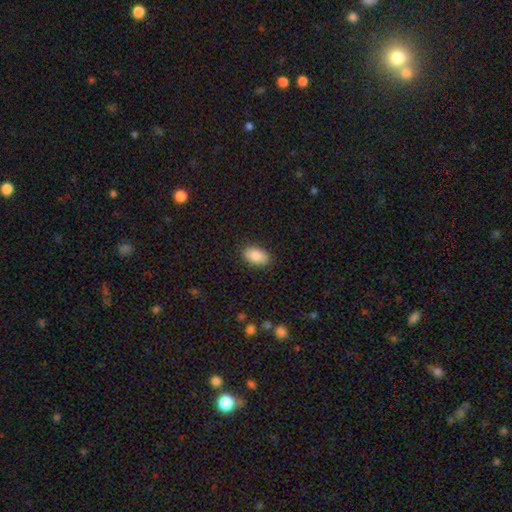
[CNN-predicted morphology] type=smooth (87%); roundness=in between (92%); merging=none (87%).